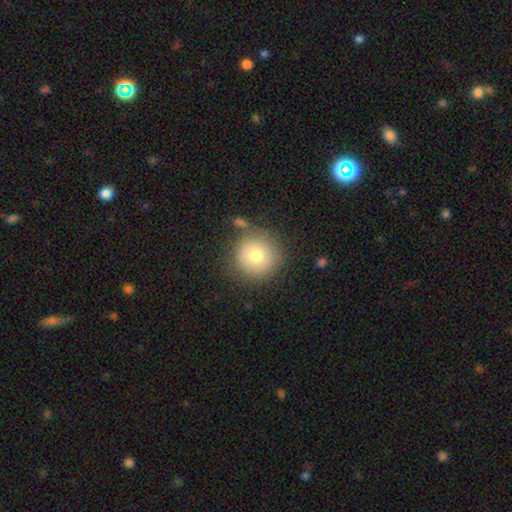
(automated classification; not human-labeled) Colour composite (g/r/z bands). It shows a smooth galaxy with no disk features (75%) that is round (95%). Merging: none (80%).